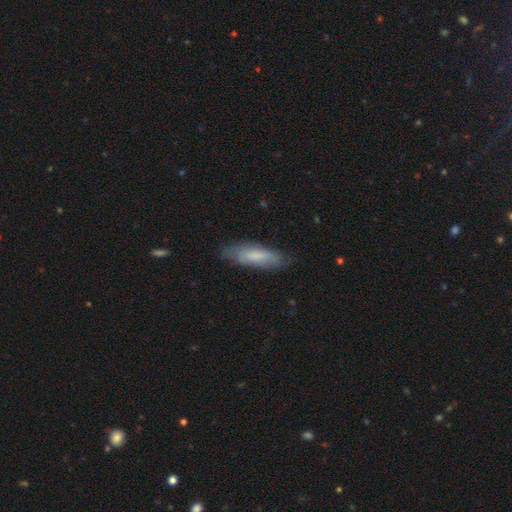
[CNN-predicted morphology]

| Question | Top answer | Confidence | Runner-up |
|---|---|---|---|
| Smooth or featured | smooth | 70% | featured or disk (24%) |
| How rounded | cigar-shaped | 50% | in between (48%) |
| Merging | none | 77% | minor disturbance (18%) |